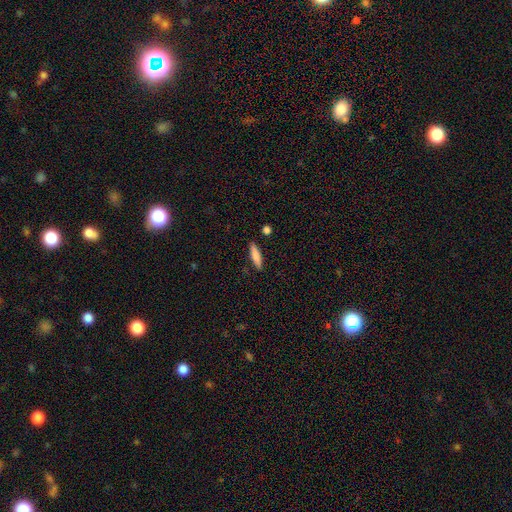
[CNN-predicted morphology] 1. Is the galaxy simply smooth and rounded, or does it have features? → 76% smooth, 18% featured or disk, 6% star or artifact.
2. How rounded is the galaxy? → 77% cigar-shaped, 21% in between, 2% round.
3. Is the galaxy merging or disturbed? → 87% none, 9% minor disturbance, 3% merger, 2% major disturbance.